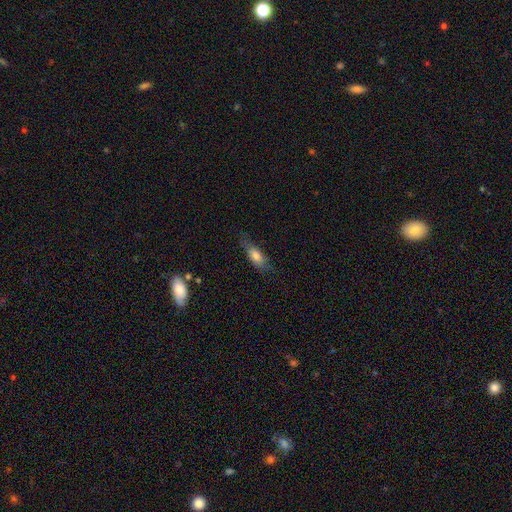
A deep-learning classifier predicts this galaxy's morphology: Overall: smooth (73%). How rounded: in between (67%; cigar-shaped 30%). Merging: none (67%).